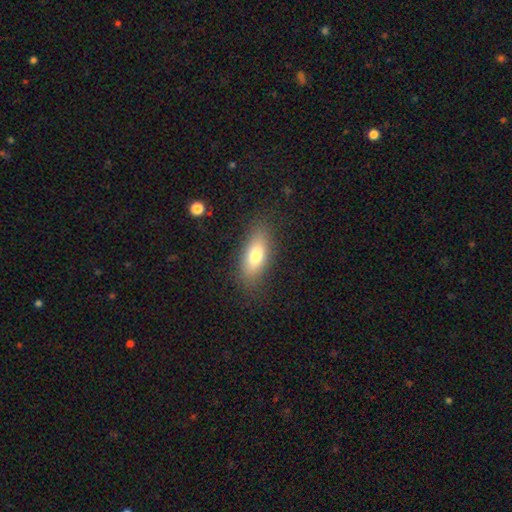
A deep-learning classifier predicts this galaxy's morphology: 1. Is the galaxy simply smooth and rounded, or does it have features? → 74% smooth, 17% featured or disk, 8% star or artifact.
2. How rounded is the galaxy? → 78% in between, 18% cigar-shaped, 4% round.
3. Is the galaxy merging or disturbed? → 84% none, 11% minor disturbance, 4% major disturbance, 1% merger.